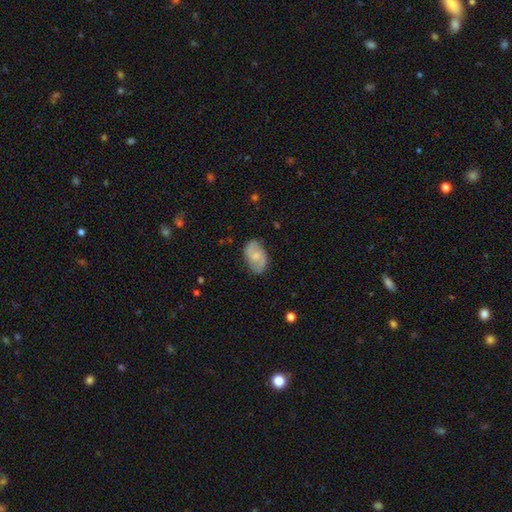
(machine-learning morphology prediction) featured or disk 54%, smooth 39%, star or artifact 6%. Down the decision tree: edge-on disk — no (96%); bar — no (56%); spiral arms — yes (83%); bulge size — small (53%); merging — none (75%).